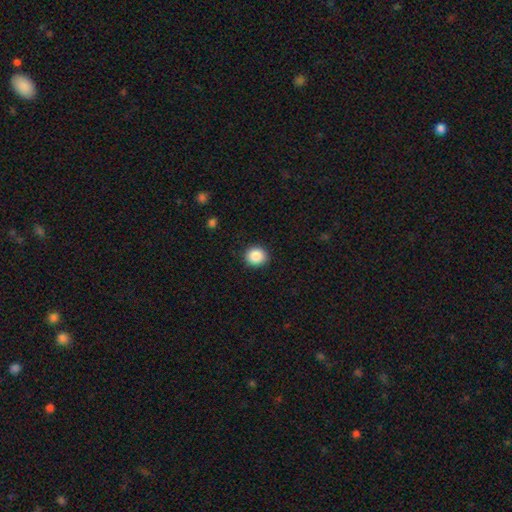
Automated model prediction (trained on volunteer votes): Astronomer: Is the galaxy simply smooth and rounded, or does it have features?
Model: smooth — 88%.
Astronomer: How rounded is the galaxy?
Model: round — 85%.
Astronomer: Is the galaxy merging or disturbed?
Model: none — 90%.